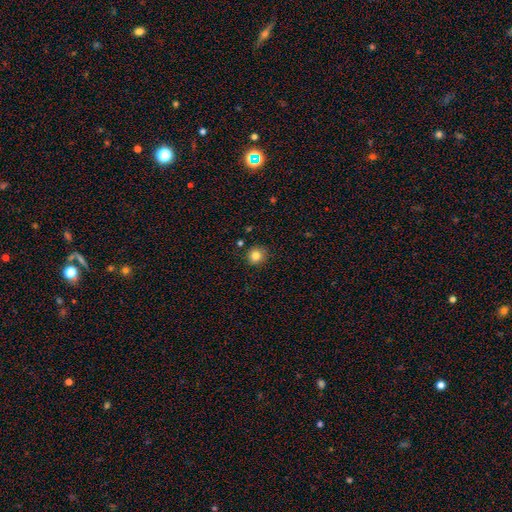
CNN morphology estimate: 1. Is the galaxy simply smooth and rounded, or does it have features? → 83% smooth, 11% star or artifact, 6% featured or disk.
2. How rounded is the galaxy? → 88% round, 11% in between, 1% cigar-shaped.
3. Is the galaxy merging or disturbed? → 86% none, 9% minor disturbance, 2% merger, 2% major disturbance.